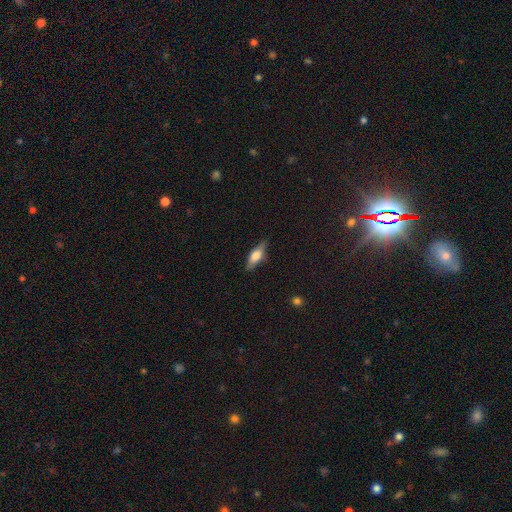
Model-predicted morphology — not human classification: This appears to be a smooth galaxy with no disk features (55%) that is in between round and cigar-shaped (57%). Merging: none (79%).